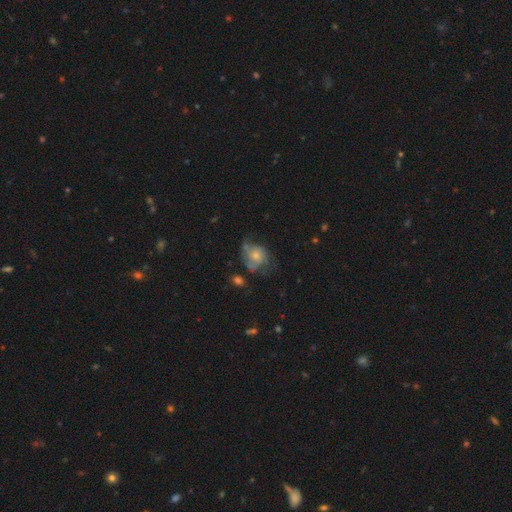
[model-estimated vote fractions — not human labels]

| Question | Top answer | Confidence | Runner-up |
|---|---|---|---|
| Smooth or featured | featured or disk | 59% | smooth (32%) |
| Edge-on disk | no | 97% | yes (3%) |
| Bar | no | 78% | weak (19%) |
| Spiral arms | yes | 82% | no (18%) |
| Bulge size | small | 49% | moderate (37%) |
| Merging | none | 42% | minor disturbance (28%) |